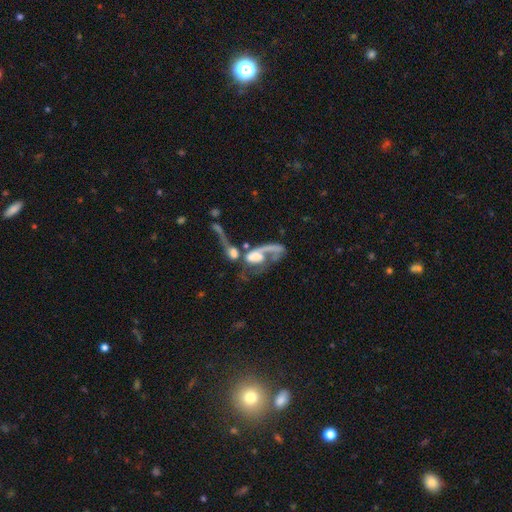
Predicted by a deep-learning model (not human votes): Morphology: type=featured or disk (70%); edge-on=no (93%); bar=no (66%); spiral arms=yes (73%); bulge=moderate (41%); merging=merger (56%).